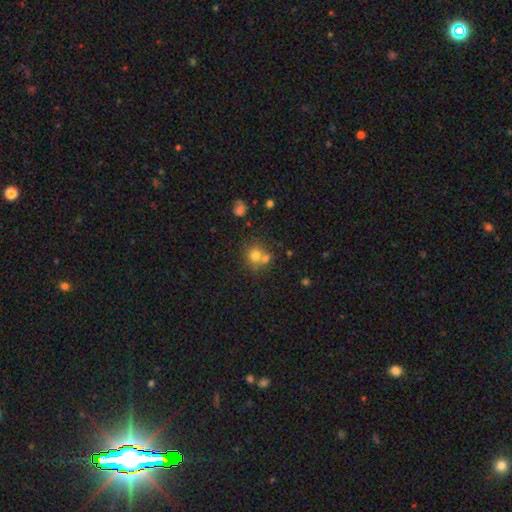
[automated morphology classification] Smooth or featured: smooth — 74% (star or artifact — 13%)
How rounded: round — 83% (in between — 16%)
Merging: none — 48% (merger — 39%)